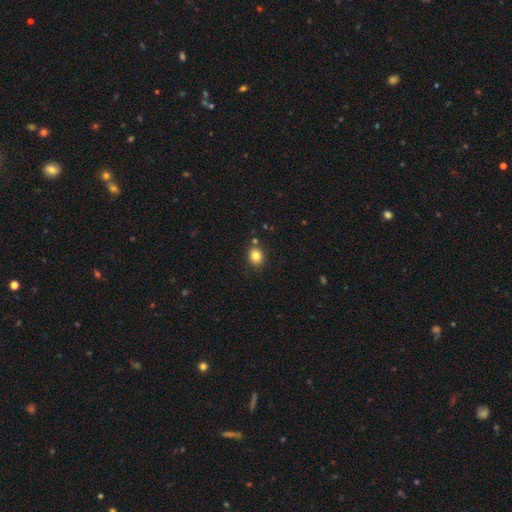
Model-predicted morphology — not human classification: A smooth galaxy with no disk features (83%) that is round (71%).

Vote fractions:
- Smooth or featured? smooth: 83% / star or artifact: 11% / featured or disk: 6%
- How rounded? round: 71% / in between: 29% / cigar-shaped: 1%
- Merging? none: 82% / minor disturbance: 10% / merger: 6% / major disturbance: 3%